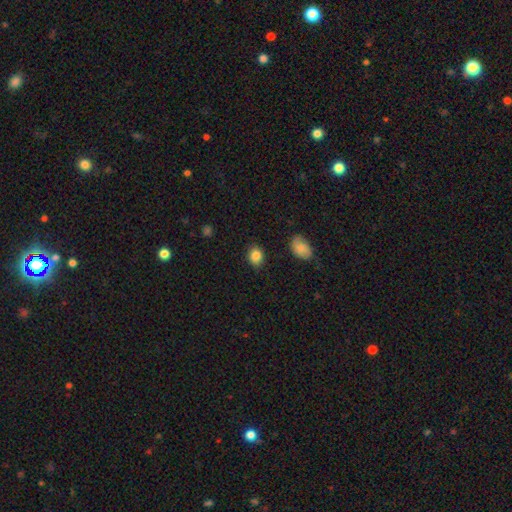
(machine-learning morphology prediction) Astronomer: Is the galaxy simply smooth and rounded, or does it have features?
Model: smooth — 85%.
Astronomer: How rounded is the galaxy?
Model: in between — 56% (runner-up: round, 43%).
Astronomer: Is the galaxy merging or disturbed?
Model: none — 85%.